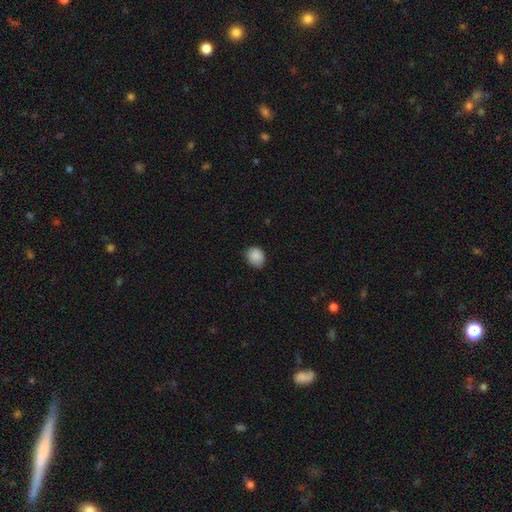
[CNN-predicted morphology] Smooth or featured?
  - smooth: 87% *
  - star or artifact: 8%
  - featured or disk: 5%
How rounded?
  - in between: 50% *
  - round: 49%
  - cigar-shaped: 1%
Merging?
  - none: 72% *
  - minor disturbance: 24%
  - major disturbance: 3%
  - merger: 1%